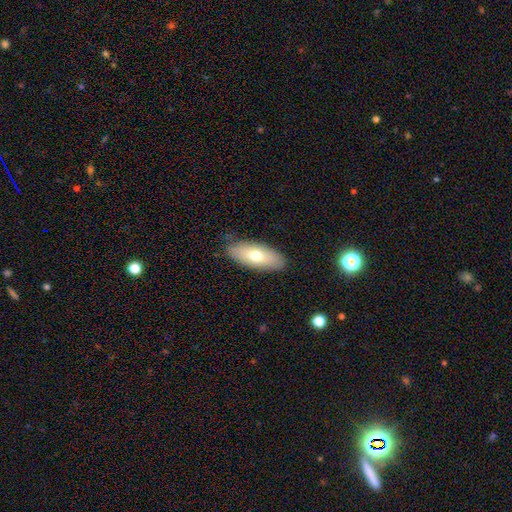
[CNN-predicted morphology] A smooth galaxy with no disk features (68%) that is in between round and cigar-shaped (82%).

Vote fractions:
- Smooth or featured? smooth: 68% / featured or disk: 26% / star or artifact: 6%
- How rounded? in between: 82% / cigar-shaped: 15% / round: 3%
- Merging? none: 84% / minor disturbance: 12% / major disturbance: 3% / merger: 1%